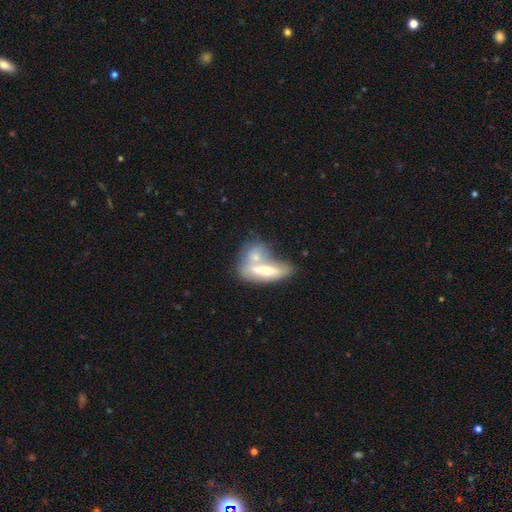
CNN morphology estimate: Q: Smooth or featured?
A: smooth (56%); runner-up: featured or disk (38%)
Q: How rounded?
A: in between (63%); runner-up: cigar-shaped (22%)
Q: Merging?
A: merger (68%); runner-up: none (18%)